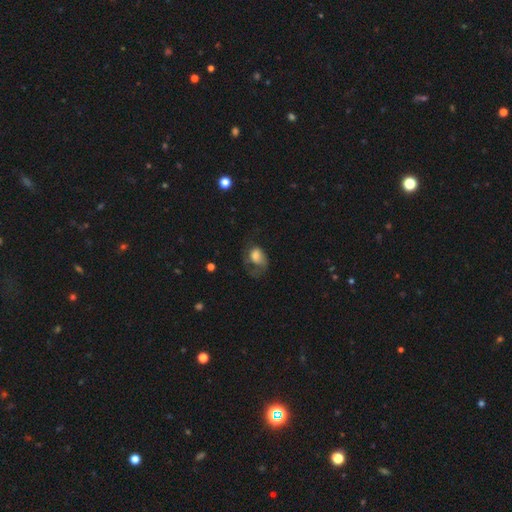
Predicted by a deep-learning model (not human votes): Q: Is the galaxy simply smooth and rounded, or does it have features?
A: smooth — 55%.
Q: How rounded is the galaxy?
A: in between — 69%.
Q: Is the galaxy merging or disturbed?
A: major disturbance — 54%.